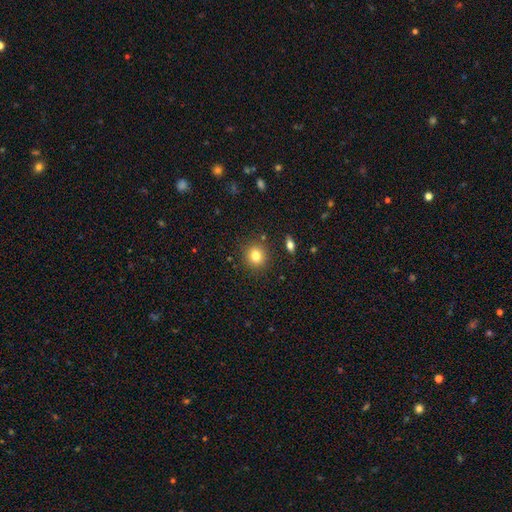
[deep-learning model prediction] Smooth or featured? Predicted: smooth (p=0.81). How rounded? Predicted: round (p=0.86). Merging? Predicted: none (p=0.87).